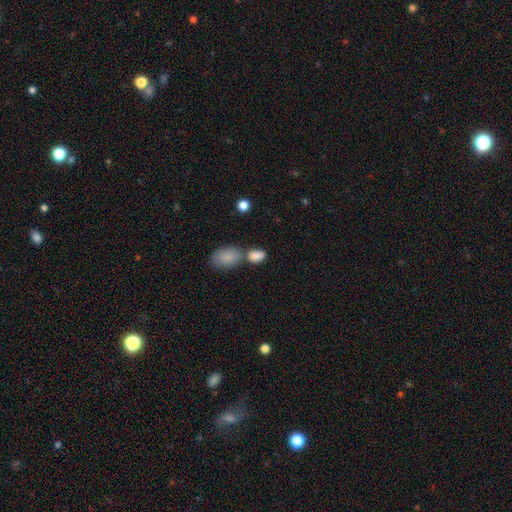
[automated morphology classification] smooth 86%, star or artifact 8%, featured or disk 6%. Down the decision tree: how rounded — in between (89%); merging — merger (42%).